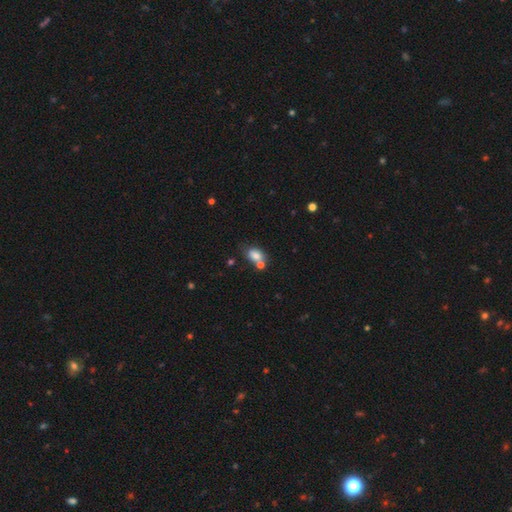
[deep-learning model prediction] Smooth or featured?
  - smooth: 78% *
  - featured or disk: 12%
  - star or artifact: 10%
How rounded?
  - in between: 80% *
  - round: 17%
  - cigar-shaped: 2%
Merging?
  - none: 41% *
  - merger: 37%
  - minor disturbance: 15%
  - major disturbance: 6%